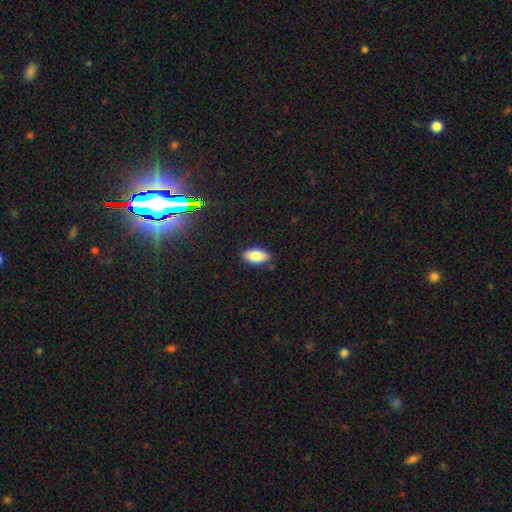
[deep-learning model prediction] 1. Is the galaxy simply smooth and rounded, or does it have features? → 83% smooth, 9% featured or disk, 8% star or artifact.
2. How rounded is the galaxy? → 93% in between, 4% cigar-shaped, 3% round.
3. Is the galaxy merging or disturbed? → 86% none, 11% minor disturbance, 2% major disturbance, 2% merger.